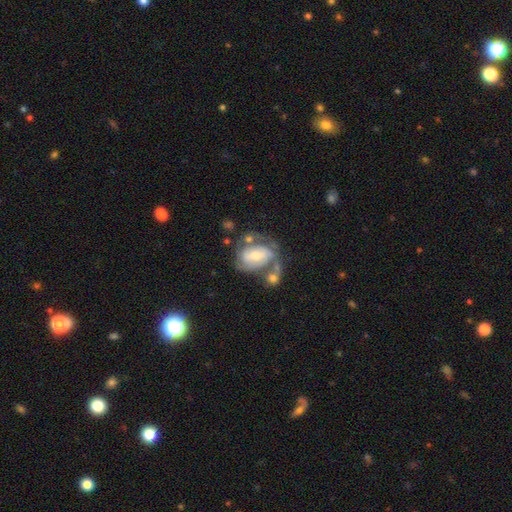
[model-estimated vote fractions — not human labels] This is likely a featured or disk galaxy (76%). It is clearly not viewed edge-on (97%). Bar: marginally no (41%, tied with weak). Spiral arm pattern: clearly yes (86%). Spiral arm count: possibly 2 (57%). Spiral winding: possibly tight (46%). Central bulge: possibly moderate (56%). Merging: marginally none (36%).